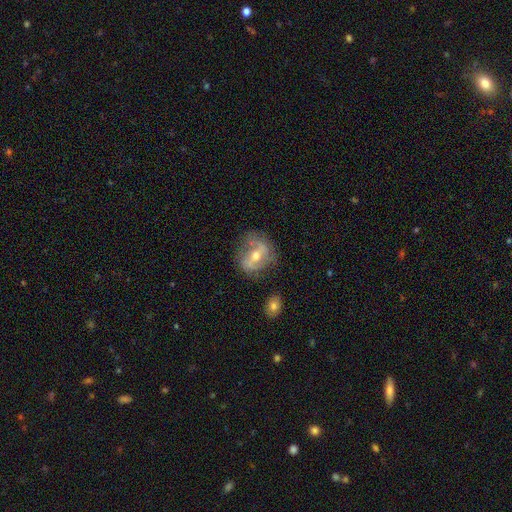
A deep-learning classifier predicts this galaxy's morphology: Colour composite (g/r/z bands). It shows a featured or disk galaxy (70%) with a strong bar (39%), spiral arms (68%) and a moderate central bulge (66%). Merging: none (62%).